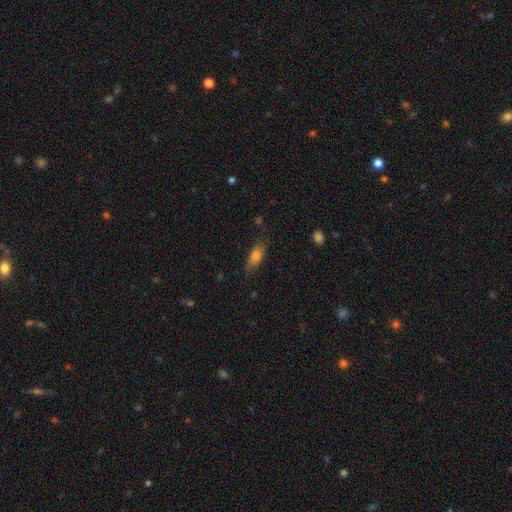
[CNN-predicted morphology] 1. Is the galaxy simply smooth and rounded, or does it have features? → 73% smooth, 19% featured or disk, 8% star or artifact.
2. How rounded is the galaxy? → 65% in between, 31% cigar-shaped, 4% round.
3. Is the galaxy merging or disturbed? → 72% none, 20% minor disturbance, 6% major disturbance, 2% merger.